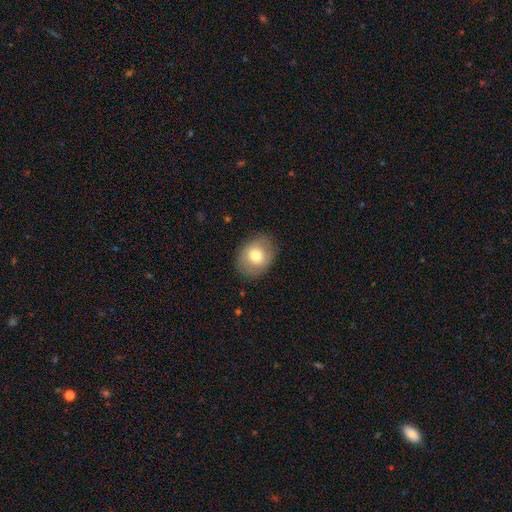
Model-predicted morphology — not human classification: smooth_or_featured: smooth (p=0.72) [alt: featured or disk p=0.20]
how_rounded: round (p=0.50) [alt: in between p=0.49]
merging: none (p=0.84) [alt: minor disturbance p=0.11]